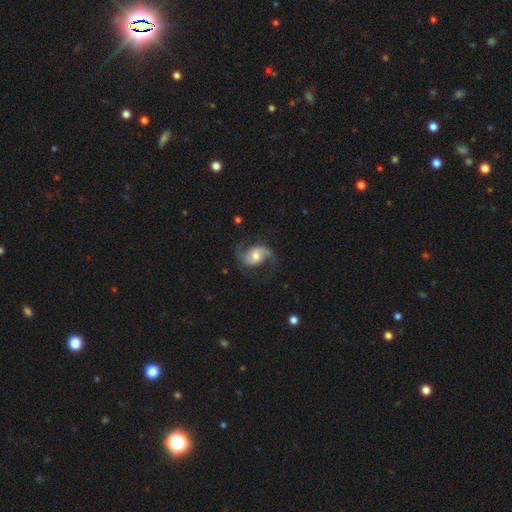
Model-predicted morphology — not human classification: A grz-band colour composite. It shows a featured or disk galaxy (85%) with no bar (48%), 2 (92%) loose (52%) spiral arms (97%) and a moderate central bulge (62%). Merging: none (73%).